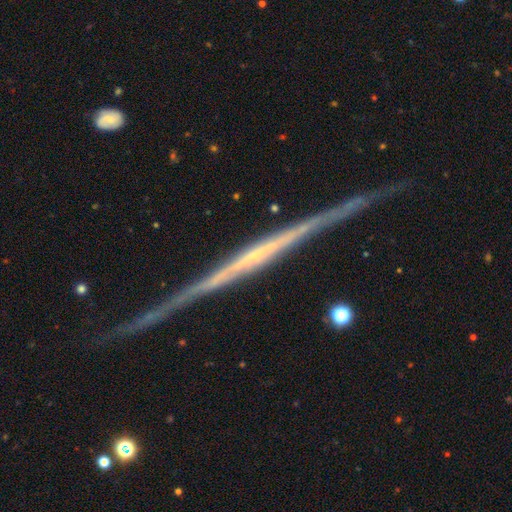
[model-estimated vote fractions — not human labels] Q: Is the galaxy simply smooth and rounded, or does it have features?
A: featured or disk — 87%.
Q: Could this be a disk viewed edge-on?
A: yes — 98%.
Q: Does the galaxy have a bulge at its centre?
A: none — 57%.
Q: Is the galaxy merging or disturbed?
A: none — 83%.